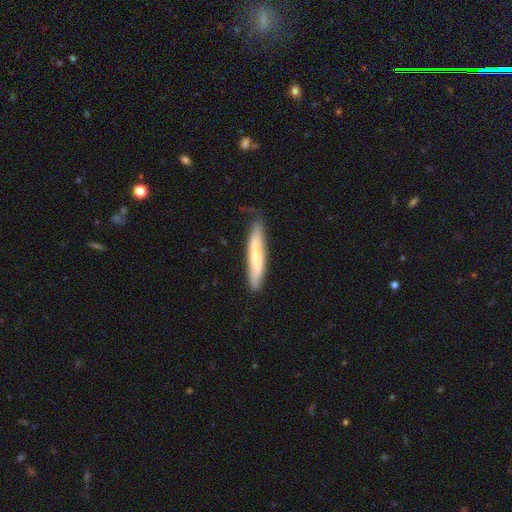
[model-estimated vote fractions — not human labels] A smooth galaxy with no disk features (60%) that is cigar-shaped (91%). Merging: none (75%).